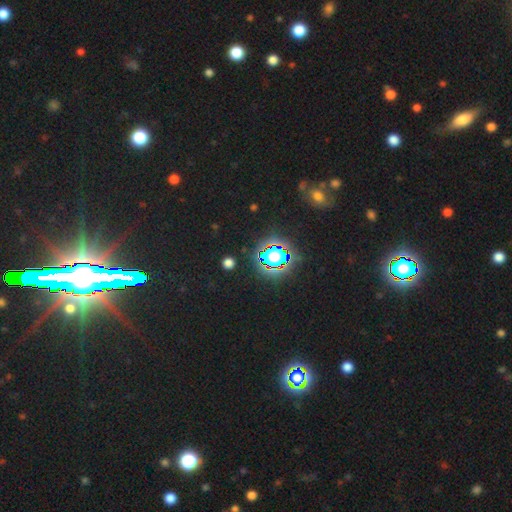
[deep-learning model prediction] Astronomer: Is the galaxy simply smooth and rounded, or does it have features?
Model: star or artifact — 83%.